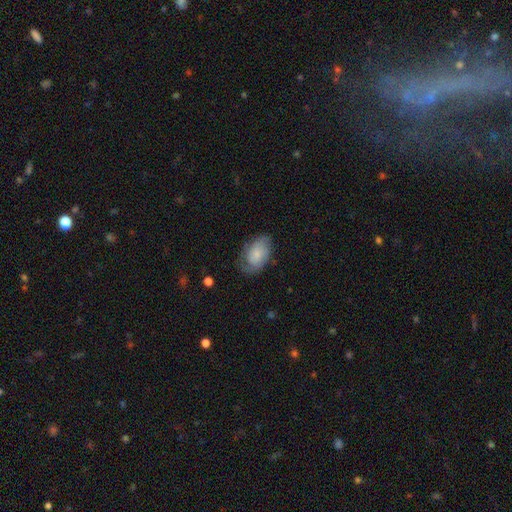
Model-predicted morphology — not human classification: Smooth or featured: smooth — 57% (featured or disk — 36%)
How rounded: in between — 90% (round — 9%)
Merging: none — 61% (minor disturbance — 27%)